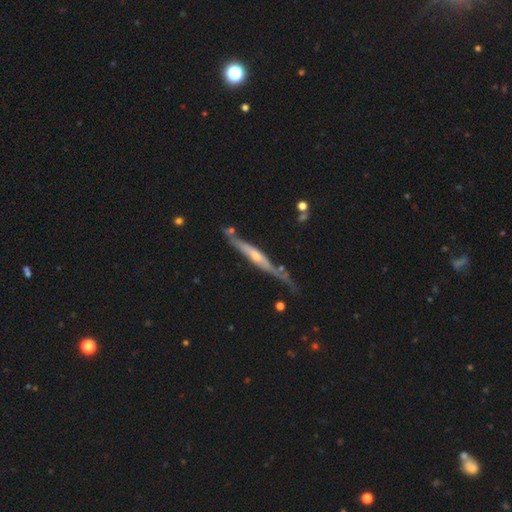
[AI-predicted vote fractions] A featured or disk galaxy (74%) viewed edge-on (90%) with a rounded central bulge (69%).

Vote fractions:
- Smooth or featured? featured or disk: 74% / smooth: 21% / star or artifact: 5%
- Edge-on disk? yes: 90% / no: 10%
- Edge-on bulge? rounded: 69% / none: 25% / boxy: 6%
- Merging? none: 63% / minor disturbance: 24% / merger: 7% / major disturbance: 6%